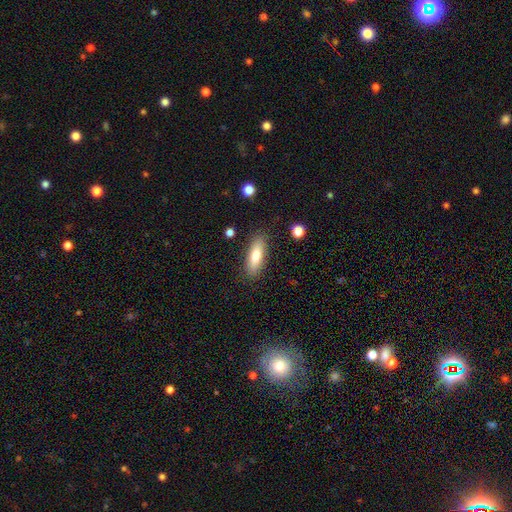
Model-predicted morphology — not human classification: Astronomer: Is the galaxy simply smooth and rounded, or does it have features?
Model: smooth — 74%.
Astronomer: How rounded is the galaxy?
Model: in between — 55% (runner-up: cigar-shaped, 43%).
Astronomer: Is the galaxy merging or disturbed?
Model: none — 86%.